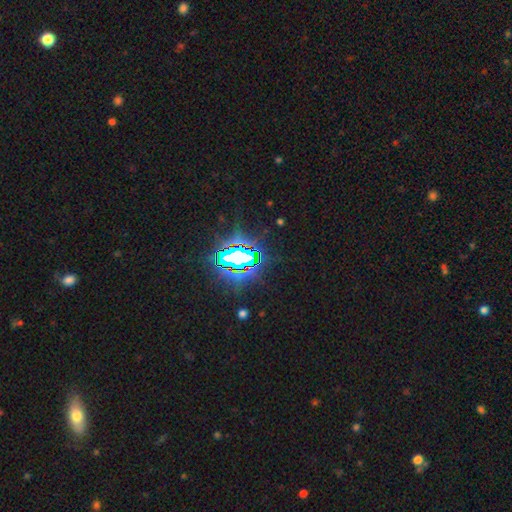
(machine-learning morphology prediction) A star or artifact, not a galaxy (82%).

Vote fractions:
- Smooth or featured? star or artifact: 82% / smooth: 11% / featured or disk: 7%